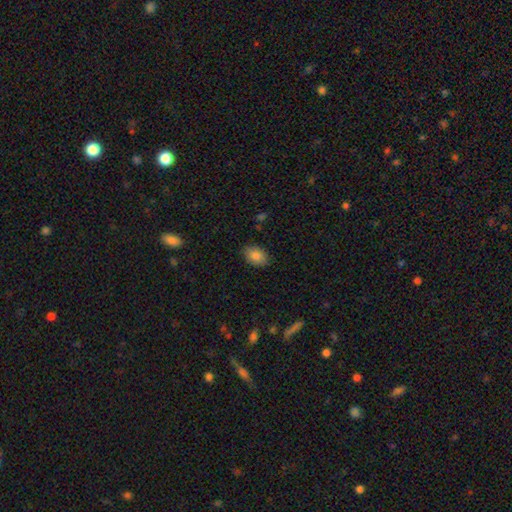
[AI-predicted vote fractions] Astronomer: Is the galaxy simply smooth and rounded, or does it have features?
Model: smooth — 85%.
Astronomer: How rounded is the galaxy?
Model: in between — 84%.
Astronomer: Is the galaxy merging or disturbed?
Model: none — 86%.